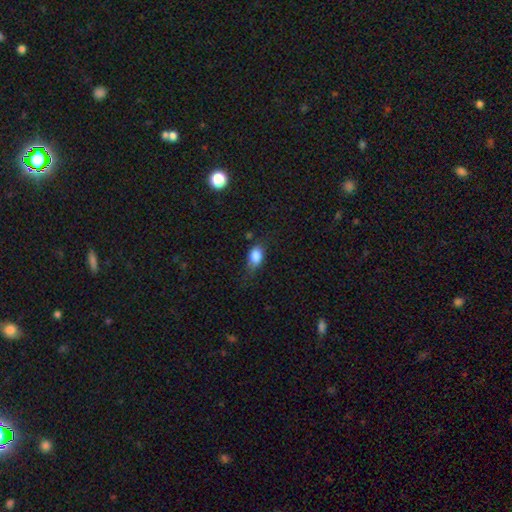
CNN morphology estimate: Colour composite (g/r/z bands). It shows a smooth galaxy with no disk features (84%) that is in between round and cigar-shaped (81%). Merging: none (55%).